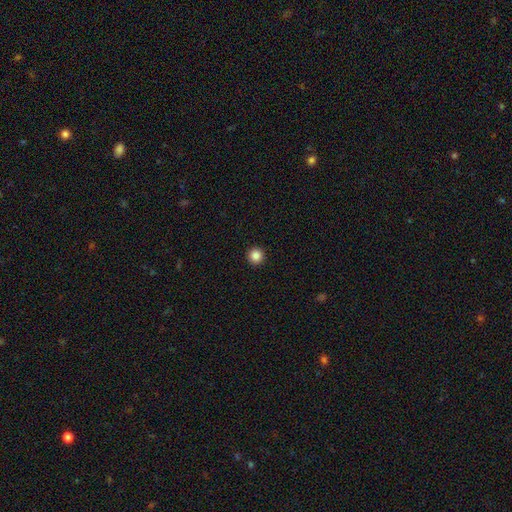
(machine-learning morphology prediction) Smooth or featured: smooth — 86% (star or artifact — 11%)
How rounded: round — 96% (in between — 3%)
Merging: none — 94% (minor disturbance — 3%)